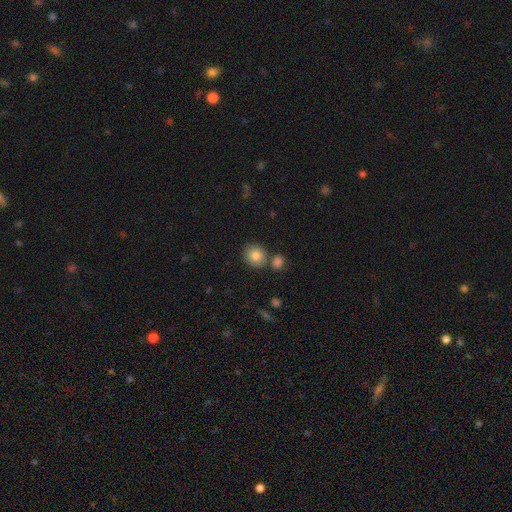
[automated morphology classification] Q: Smooth or featured?
A: smooth (83%); runner-up: star or artifact (9%)
Q: How rounded?
A: round (85%); runner-up: in between (14%)
Q: Merging?
A: none (72%); runner-up: merger (16%)